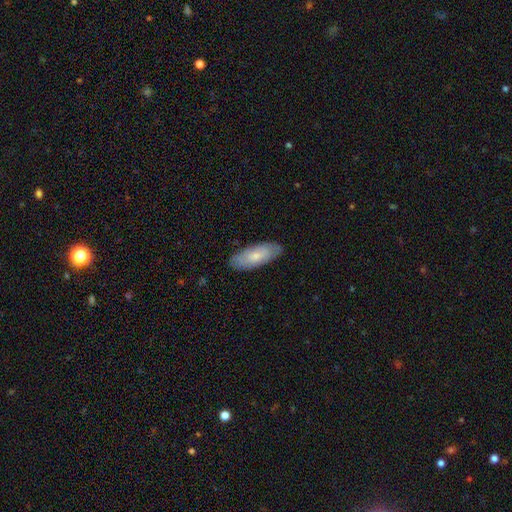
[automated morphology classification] smooth_or_featured: smooth (p=0.70) [alt: featured or disk p=0.24]
how_rounded: in between (p=0.77) [alt: cigar-shaped p=0.21]
merging: none (p=0.84) [alt: minor disturbance p=0.13]